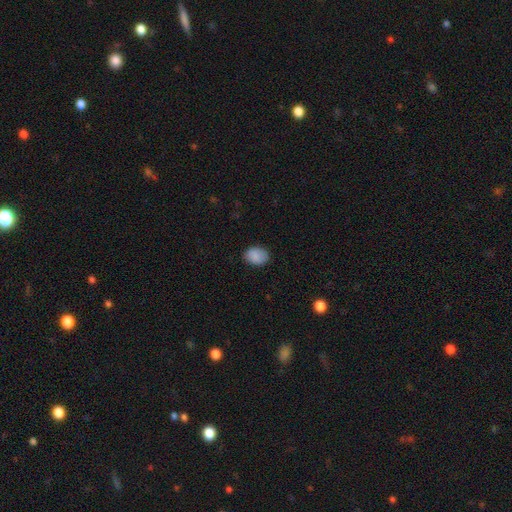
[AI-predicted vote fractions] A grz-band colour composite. It shows a smooth galaxy with no disk features (88%) that is in between round and cigar-shaped (68%). Merging: none (83%).